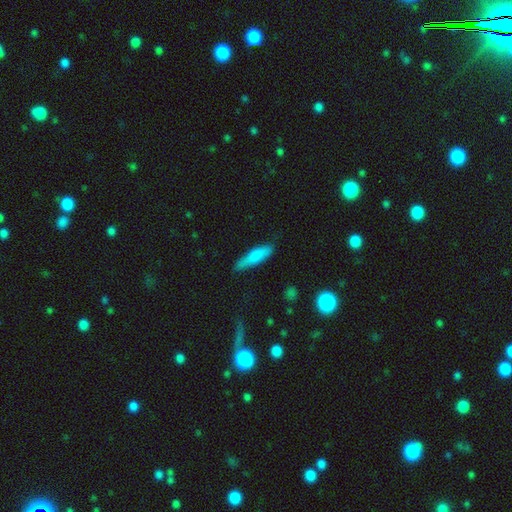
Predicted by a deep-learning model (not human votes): Overall: smooth (76%). How rounded: cigar-shaped (66%; in between 32%). Merging: none (71%).